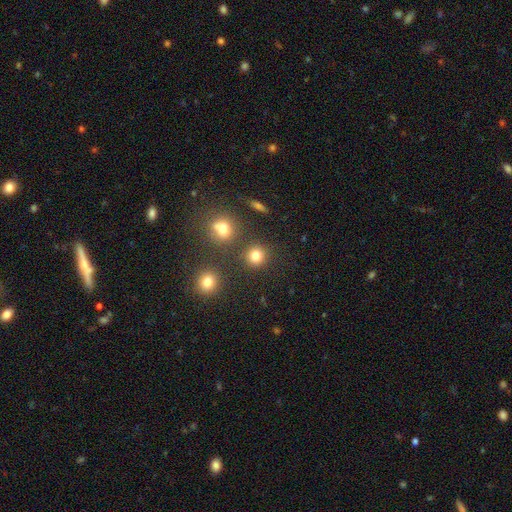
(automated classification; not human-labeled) This is likely a smooth galaxy (80%). How rounded: clearly round (92%). Merging: clearly none (85%).